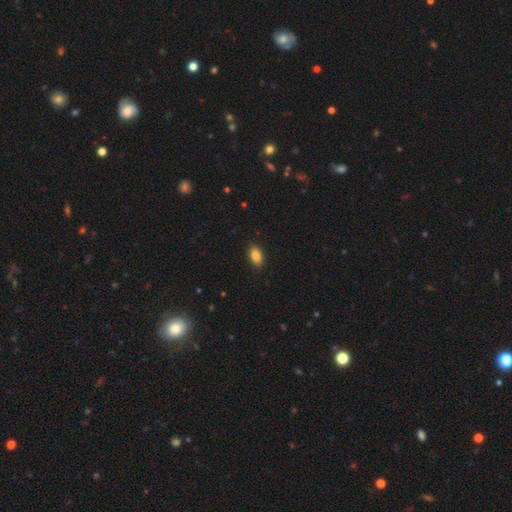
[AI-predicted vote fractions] The model was most divided on "smooth or featured": smooth: 87%, star or artifact: 8%, featured or disk: 5%. More confident: how rounded — in between (91%); merging — none (89%).